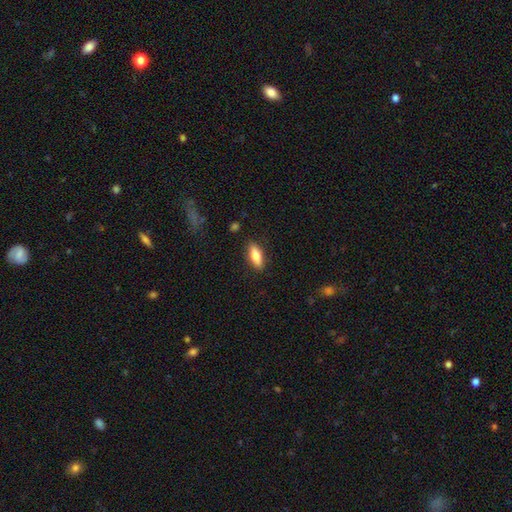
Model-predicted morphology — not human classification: smooth_or_featured: smooth (p=0.74) [alt: featured or disk p=0.20]
how_rounded: in between (p=0.64) [alt: cigar-shaped p=0.34]
merging: none (p=0.86) [alt: minor disturbance p=0.10]